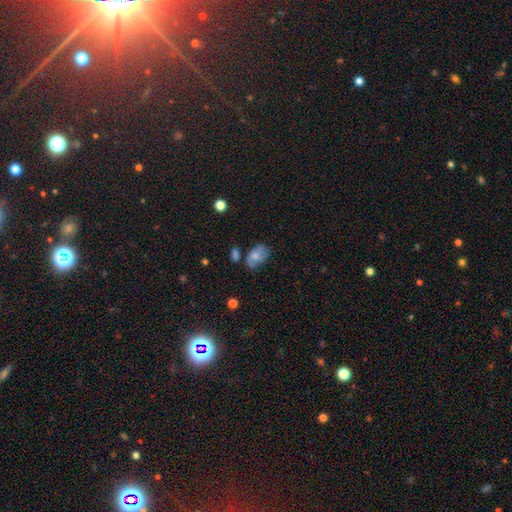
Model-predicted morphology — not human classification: Smooth or featured? smooth (55%)
How rounded? in between (86%)
Merging? none (50%)